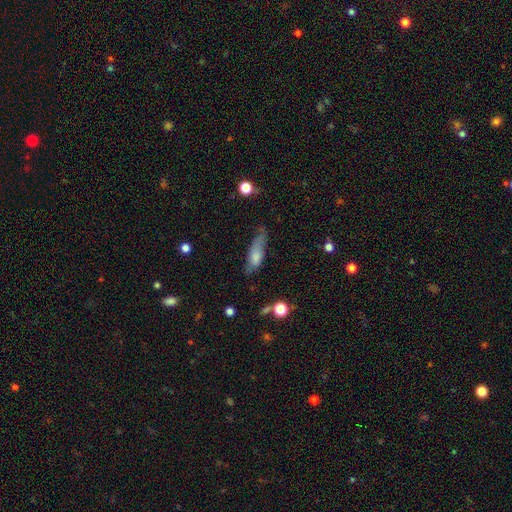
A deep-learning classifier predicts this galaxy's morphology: type=smooth (70%); roundness=in between (53%); merging=none (46%).